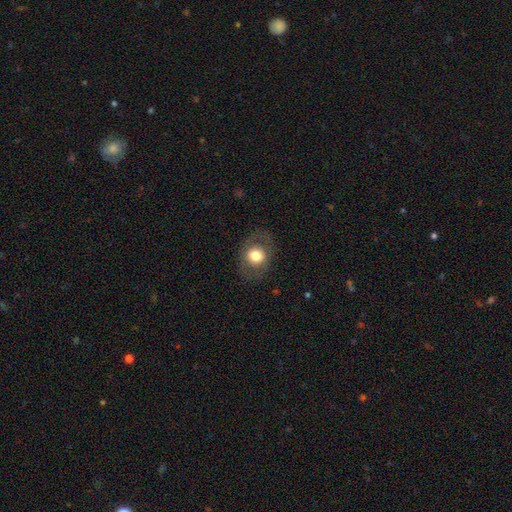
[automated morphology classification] type=smooth (70%); roundness=round (56%); merging=none (80%).